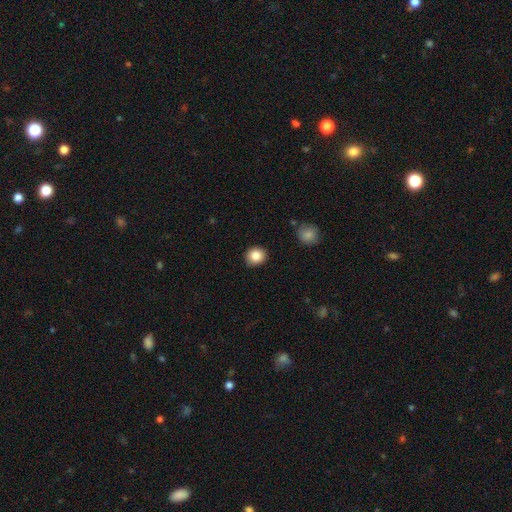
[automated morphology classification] type=smooth (85%); roundness=round (84%); merging=none (90%).